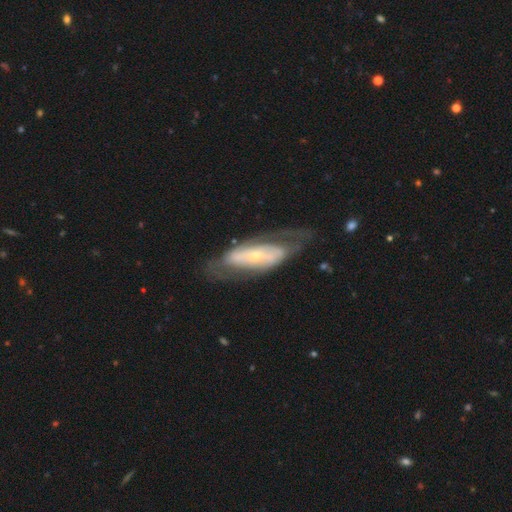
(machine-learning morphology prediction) type=featured or disk (71%); edge-on=no (84%); bar=no (59%); spiral arms=yes (56%); bulge=small (66%); merging=none (59%).